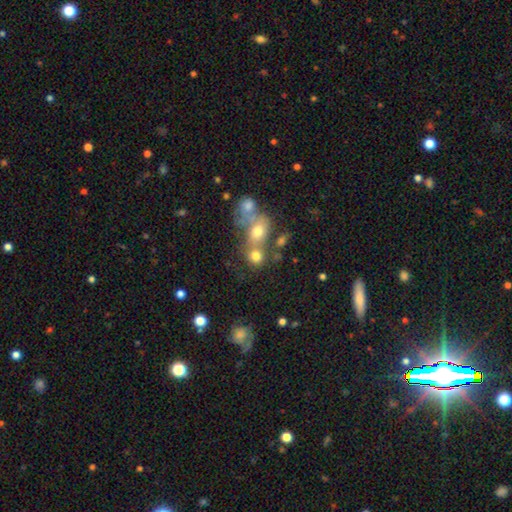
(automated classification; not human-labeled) Morphology: type=smooth (71%); roundness=round (70%); merging=merger (48%).